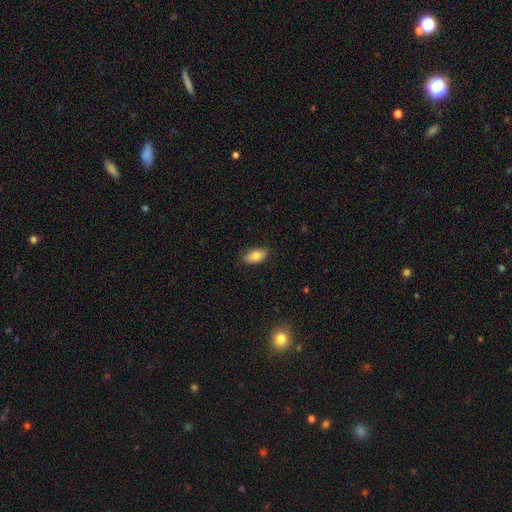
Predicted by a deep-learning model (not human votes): smooth_or_featured: smooth (p=0.83) [alt: featured or disk p=0.10]
how_rounded: in between (p=0.91) [alt: cigar-shaped p=0.06]
merging: none (p=0.87) [alt: minor disturbance p=0.10]